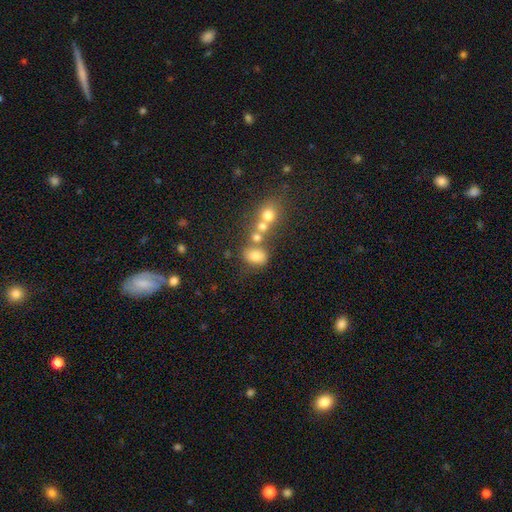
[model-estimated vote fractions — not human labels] smooth_or_featured: smooth (p=0.73) [alt: star or artifact p=0.15]
how_rounded: in between (p=0.60) [alt: round p=0.39]
merging: none (p=0.49) [alt: merger p=0.30]